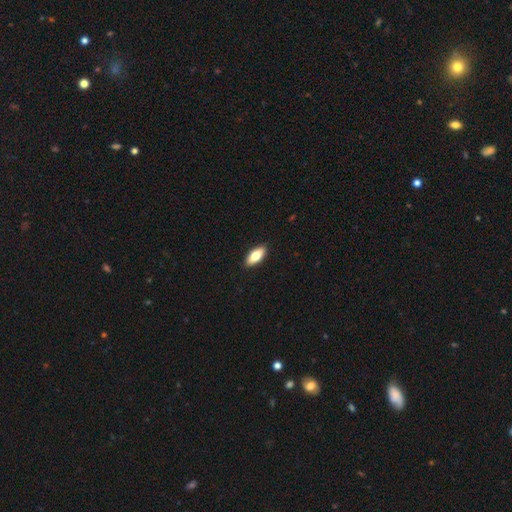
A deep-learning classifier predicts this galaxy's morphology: A smooth galaxy with no disk features (73%) that is in between round and cigar-shaped (80%). Merging: none (91%).